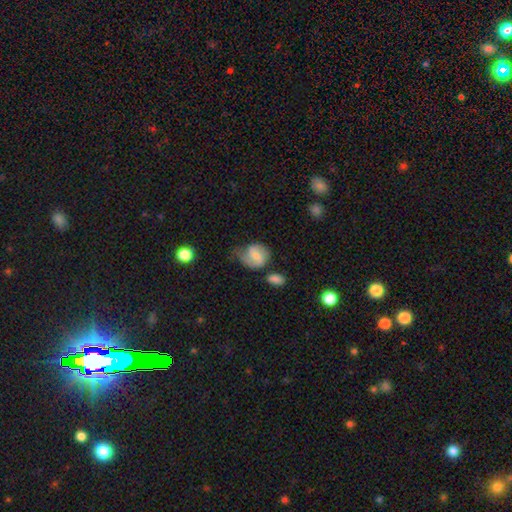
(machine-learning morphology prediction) A smooth galaxy with no disk features (50%).

Vote fractions:
- Smooth or featured? smooth: 50% / featured or disk: 43% / star or artifact: 8%
- Merging? none: 46% / minor disturbance: 32% / major disturbance: 15% / merger: 8%